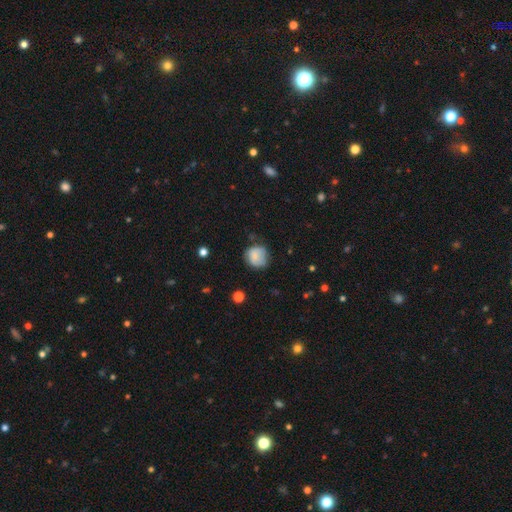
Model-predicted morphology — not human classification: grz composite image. It shows a smooth galaxy with no disk features (79%) that is round (83%). Merging: none (60%).